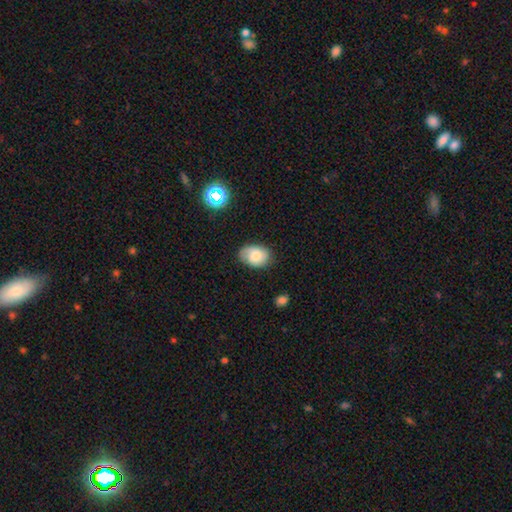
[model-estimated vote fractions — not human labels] Q: Smooth or featured?
A: smooth (61%); runner-up: featured or disk (29%)
Q: How rounded?
A: in between (77%); runner-up: round (22%)
Q: Merging?
A: none (73%); runner-up: minor disturbance (20%)